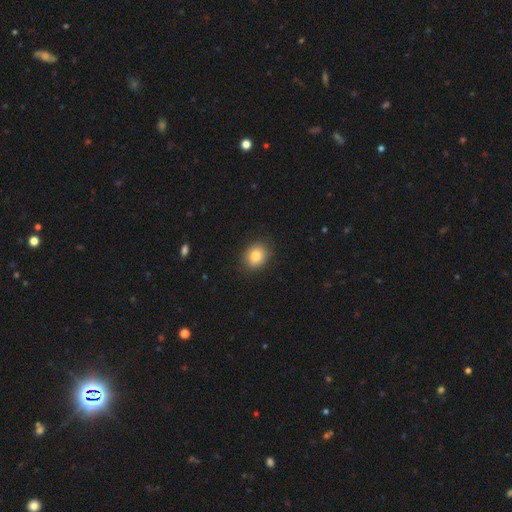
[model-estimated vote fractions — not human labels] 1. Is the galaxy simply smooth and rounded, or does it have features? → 83% smooth, 9% star or artifact, 8% featured or disk.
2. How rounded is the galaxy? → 53% in between, 46% round, 1% cigar-shaped.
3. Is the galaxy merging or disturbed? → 86% none, 11% minor disturbance, 3% major disturbance, 1% merger.